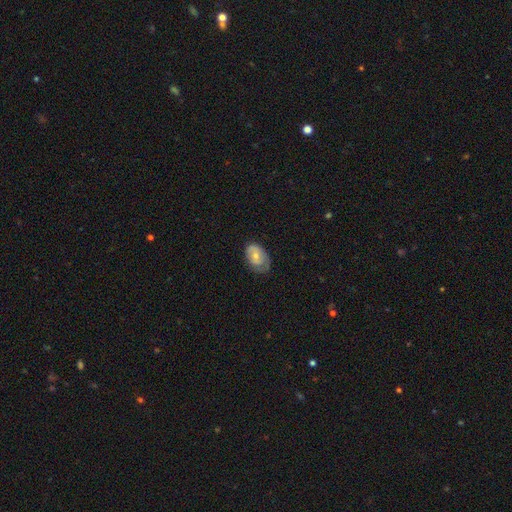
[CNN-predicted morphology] Smooth or featured: smooth — 56% (featured or disk — 38%)
How rounded: in between — 86% (round — 13%)
Merging: none — 52% (minor disturbance — 34%)